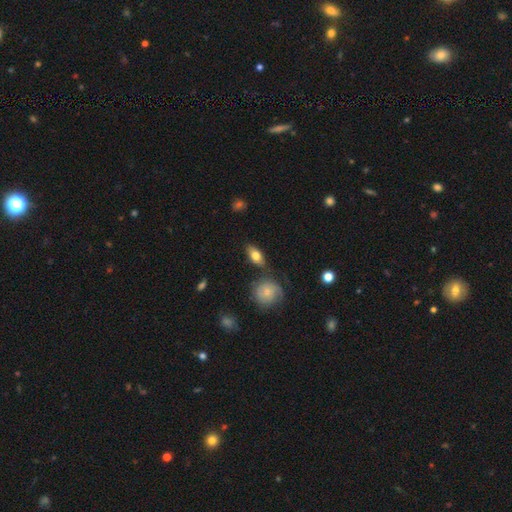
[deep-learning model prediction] A smooth galaxy with no disk features (71%) that is in between round and cigar-shaped (85%).

Vote fractions:
- Smooth or featured? smooth: 71% / featured or disk: 22% / star or artifact: 7%
- How rounded? in between: 85% / cigar-shaped: 9% / round: 7%
- Merging? none: 74% / minor disturbance: 14% / merger: 7% / major disturbance: 4%